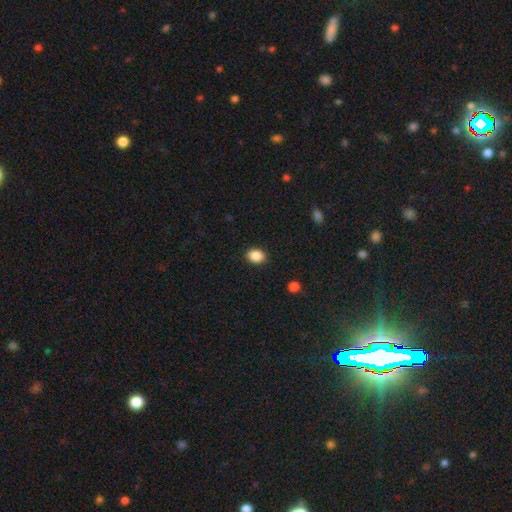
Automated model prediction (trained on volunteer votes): Smooth or featured: smooth — 89% (star or artifact — 9%)
How rounded: in between — 63% (round — 36%)
Merging: none — 89% (minor disturbance — 8%)